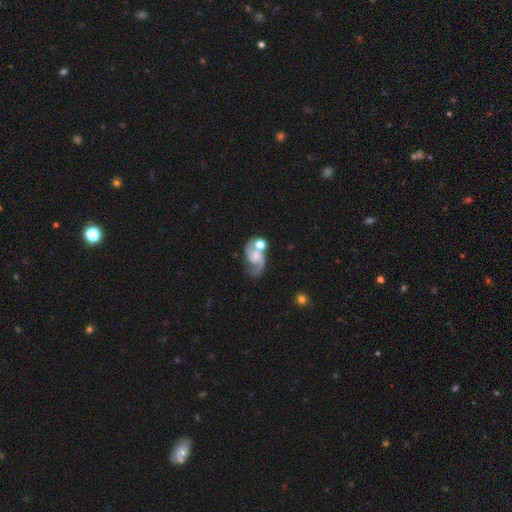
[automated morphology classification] The model was most divided on "bulge size": small: 37%, moderate: 36%, none: 16%, large: 9%, dominant: 2%. Remaining: edge-on disk — no (98%); spiral arms — yes (96%); spiral arm count — 2 (87%); smooth or featured — featured or disk (83%); bar — no (63%); spiral winding — medium (52%); merging — none (50%).